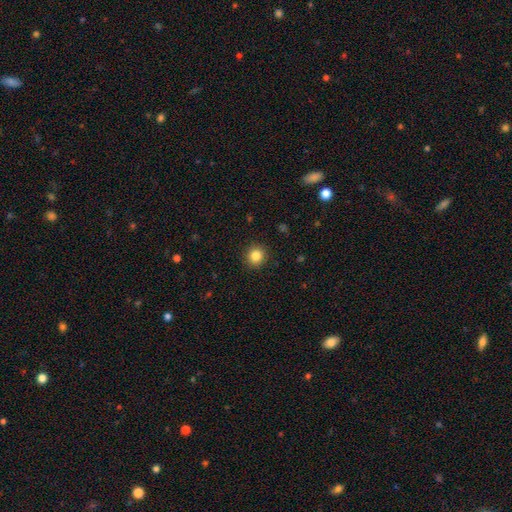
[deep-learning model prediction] The model was most divided on "smooth or featured": smooth: 84%, star or artifact: 10%, featured or disk: 5%. More confident: merging — none (92%); how rounded — round (91%).